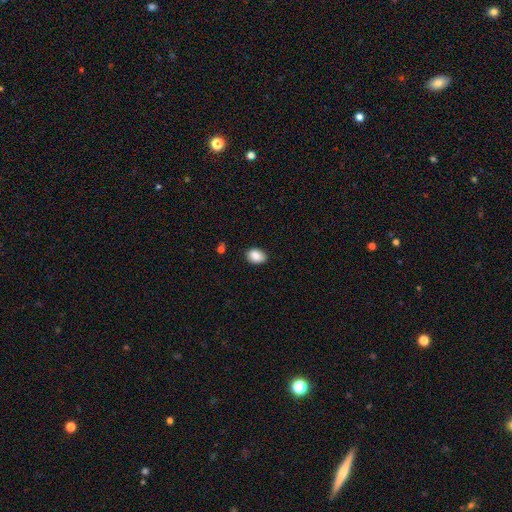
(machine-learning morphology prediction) Q: Smooth or featured?
A: smooth (87%); runner-up: star or artifact (8%)
Q: How rounded?
A: in between (76%); runner-up: round (23%)
Q: Merging?
A: none (88%); runner-up: minor disturbance (9%)